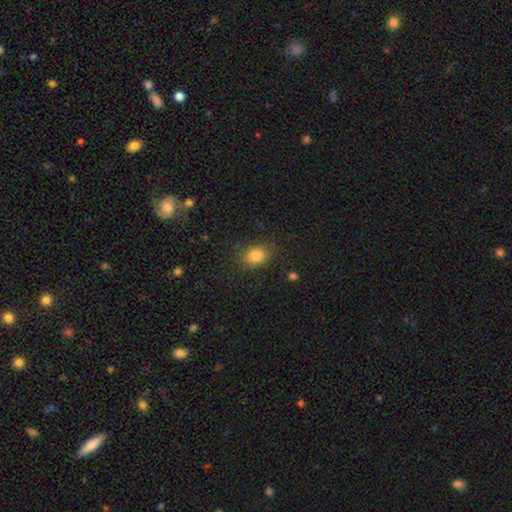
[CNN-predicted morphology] Smooth or featured?
  - smooth: 83% *
  - star or artifact: 11%
  - featured or disk: 7%
How rounded?
  - in between: 56% *
  - round: 43%
  - cigar-shaped: 1%
Merging?
  - none: 83% *
  - minor disturbance: 12%
  - major disturbance: 4%
  - merger: 1%